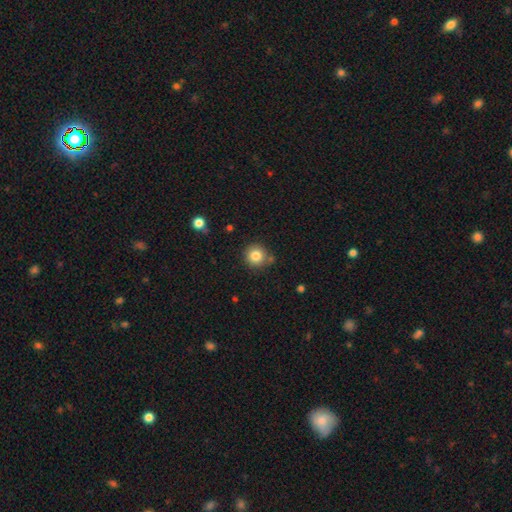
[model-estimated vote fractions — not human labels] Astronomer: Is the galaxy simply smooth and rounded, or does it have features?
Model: smooth — 82%.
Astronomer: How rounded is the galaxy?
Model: round — 93%.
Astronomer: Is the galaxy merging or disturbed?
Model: none — 79%.